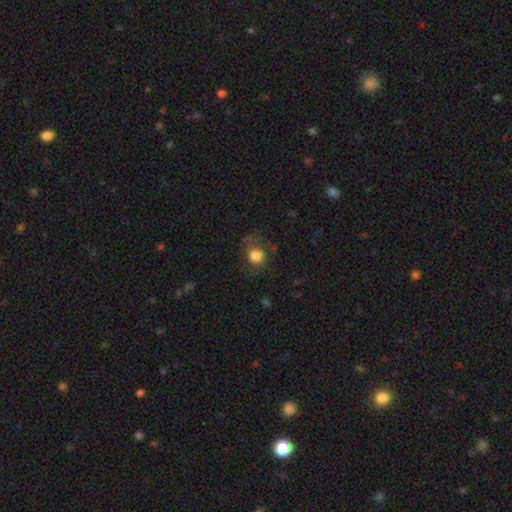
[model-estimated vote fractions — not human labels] Overall: smooth (81%). How rounded: round (82%). Merging: none (67%).